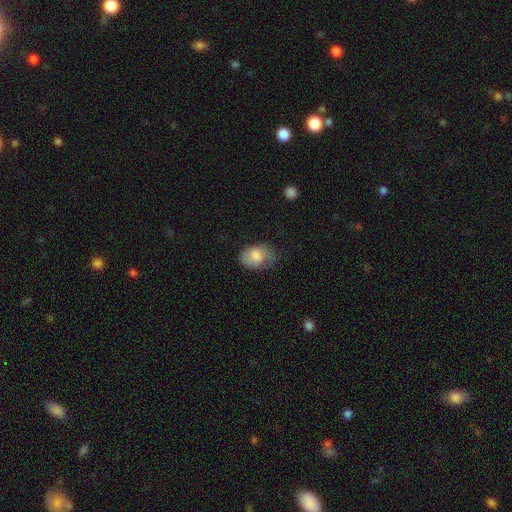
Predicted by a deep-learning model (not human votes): The model was most divided on "merging": none: 53%, minor disturbance: 32%, major disturbance: 14%, merger: 2%. More confident: how rounded — in between (77%); smooth or featured — smooth (75%).